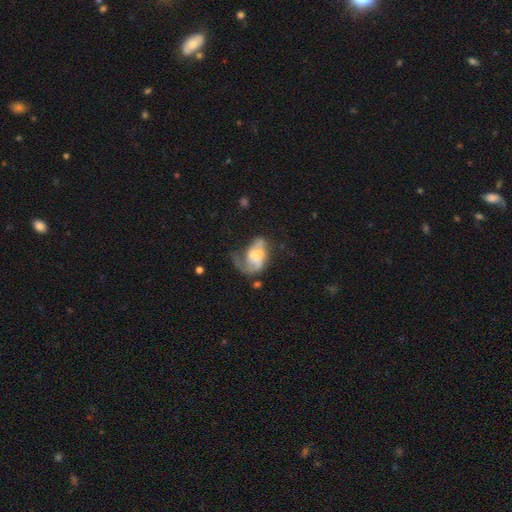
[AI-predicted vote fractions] Smooth or featured? Predicted: featured or disk (p=0.66). Edge-on disk? Predicted: no (p=0.97). Bar? Predicted: no (p=0.56). Spiral arms? Predicted: yes (p=0.79). Spiral winding? Predicted: loose (p=0.46). Spiral arm count? Predicted: 2 (p=0.56). Bulge size? Predicted: small (p=0.34). Merging? Predicted: major disturbance (p=0.40).